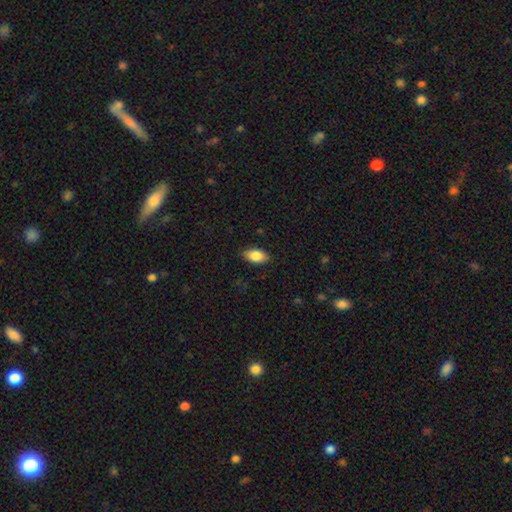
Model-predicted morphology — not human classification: Smooth or featured?
  - smooth: 85% *
  - featured or disk: 8%
  - star or artifact: 7%
How rounded?
  - in between: 92% *
  - round: 4%
  - cigar-shaped: 3%
Merging?
  - none: 85% *
  - minor disturbance: 11%
  - major disturbance: 2%
  - merger: 1%